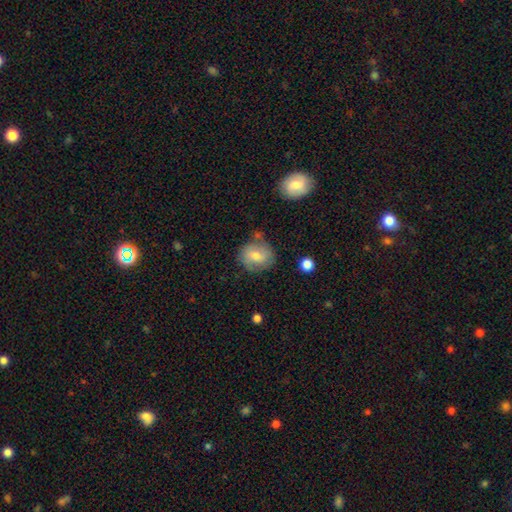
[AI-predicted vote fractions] smooth 61%, featured or disk 30%, star or artifact 9%. Down the decision tree: how rounded — round (77%); merging — none (73%).